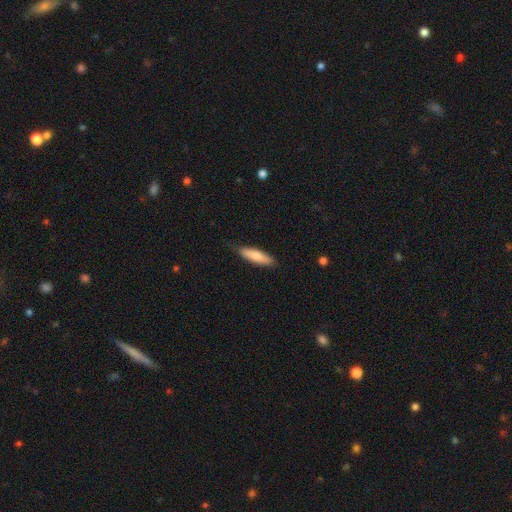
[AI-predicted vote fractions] Q: Smooth or featured?
A: smooth (81%); runner-up: featured or disk (14%)
Q: How rounded?
A: cigar-shaped (65%); runner-up: in between (33%)
Q: Merging?
A: none (82%); runner-up: minor disturbance (14%)